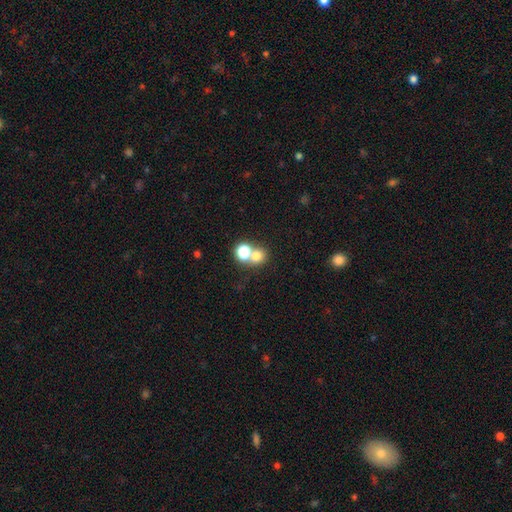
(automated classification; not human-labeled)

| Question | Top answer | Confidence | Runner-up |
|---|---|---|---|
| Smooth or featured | smooth | 73% | star or artifact (16%) |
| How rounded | round | 80% | in between (19%) |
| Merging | merger | 49% | none (43%) |